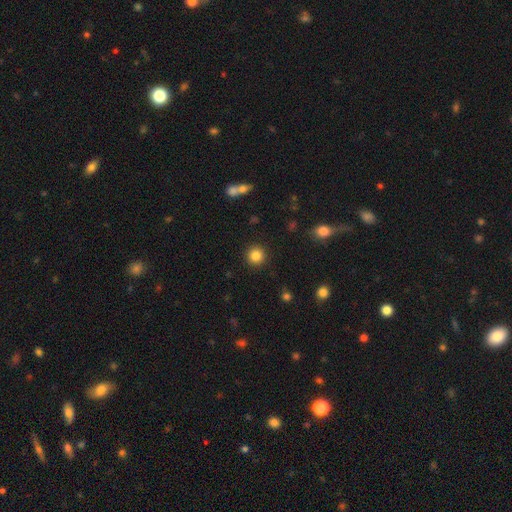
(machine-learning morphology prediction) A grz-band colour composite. It shows a smooth galaxy with no disk features (84%) that is round (94%). Merging: none (92%).